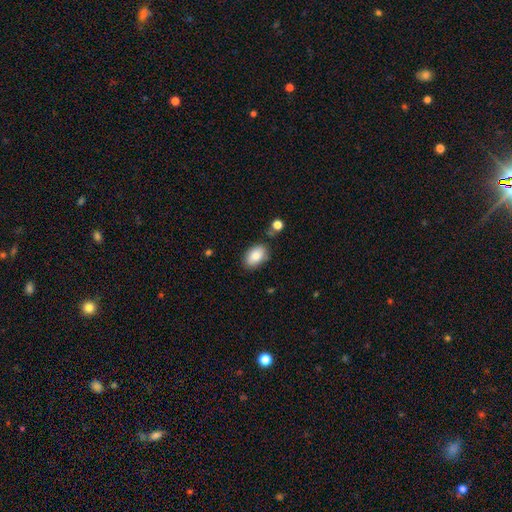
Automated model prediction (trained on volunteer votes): Q: Smooth or featured?
A: smooth (83%); runner-up: featured or disk (10%)
Q: How rounded?
A: in between (90%); runner-up: round (9%)
Q: Merging?
A: none (78%); runner-up: minor disturbance (15%)